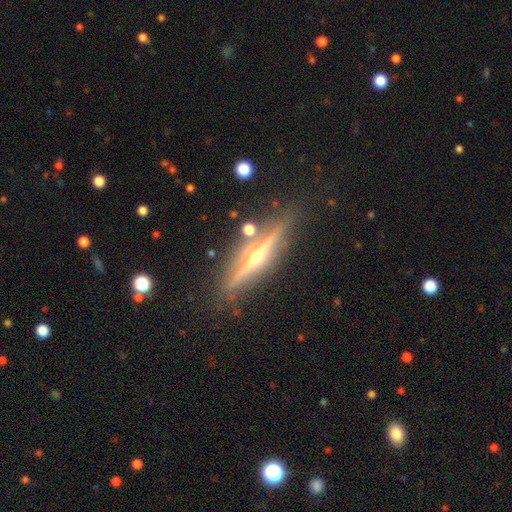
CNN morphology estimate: type=featured or disk (83%); edge-on=yes (97%); edge-on bulge=rounded (93%); merging=none (86%).